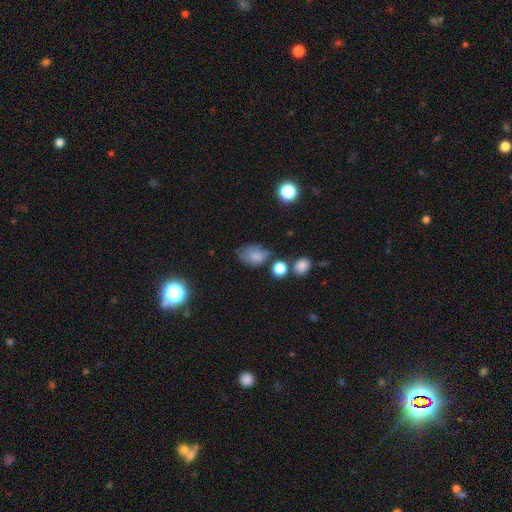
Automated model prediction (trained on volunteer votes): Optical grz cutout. It shows a smooth galaxy with no disk features (78%) that is in between round and cigar-shaped (80%). Merging: none (48%).